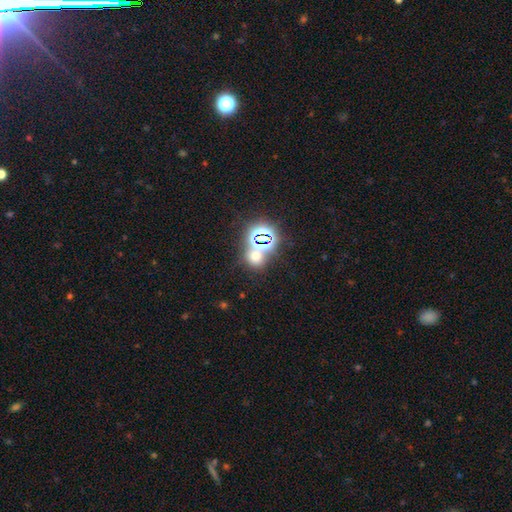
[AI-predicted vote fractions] A smooth galaxy with no disk features (47%). Merging: none (61%).